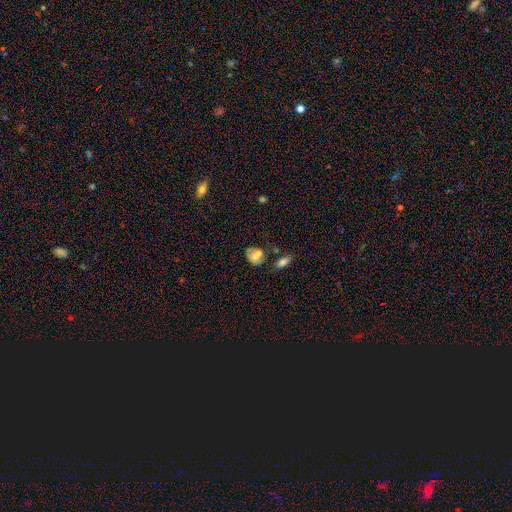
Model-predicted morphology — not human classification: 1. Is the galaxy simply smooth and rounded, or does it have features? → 68% smooth, 22% featured or disk, 10% star or artifact.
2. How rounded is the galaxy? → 55% in between, 43% round, 2% cigar-shaped.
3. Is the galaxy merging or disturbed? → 48% none, 25% minor disturbance, 17% merger, 11% major disturbance.